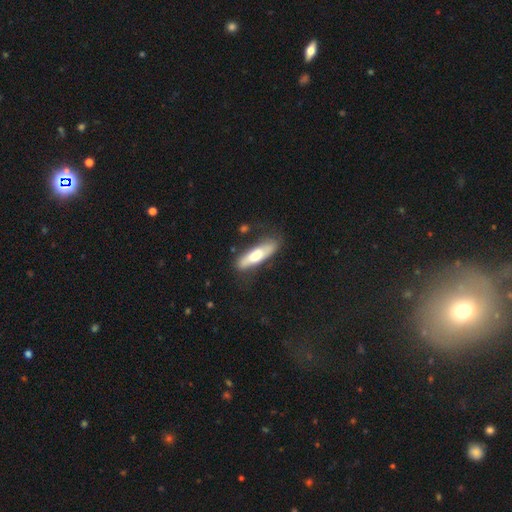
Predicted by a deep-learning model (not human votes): Morphology: type=smooth (59%); roundness=cigar-shaped (64%); merging=none (72%).